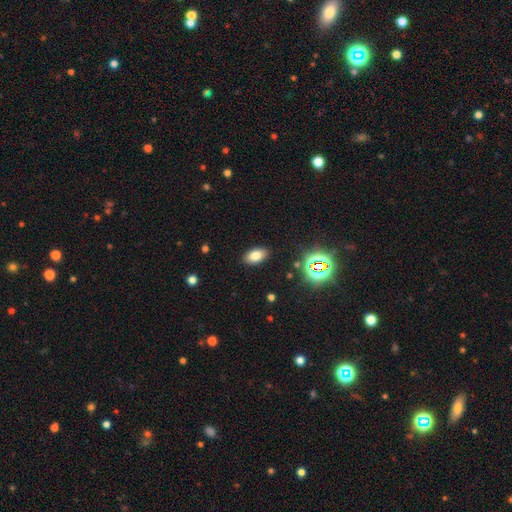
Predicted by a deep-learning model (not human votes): Smooth or featured: smooth — 77% (star or artifact — 14%)
How rounded: in between — 92% (round — 6%)
Merging: none — 88% (minor disturbance — 8%)